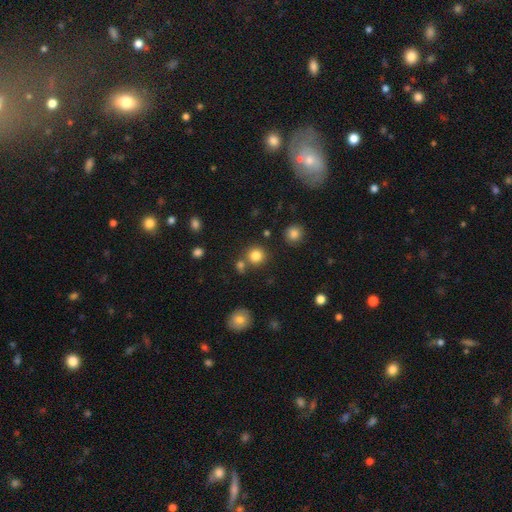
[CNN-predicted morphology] Smooth or featured? Predicted: smooth (p=0.82). How rounded? Predicted: round (p=0.91). Merging? Predicted: none (p=0.75).